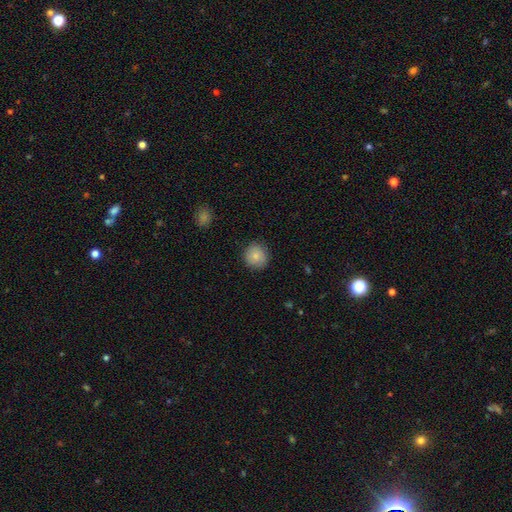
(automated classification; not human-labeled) Smooth or featured: smooth — 82% (featured or disk — 10%)
How rounded: round — 91% (in between — 8%)
Merging: none — 86% (minor disturbance — 10%)